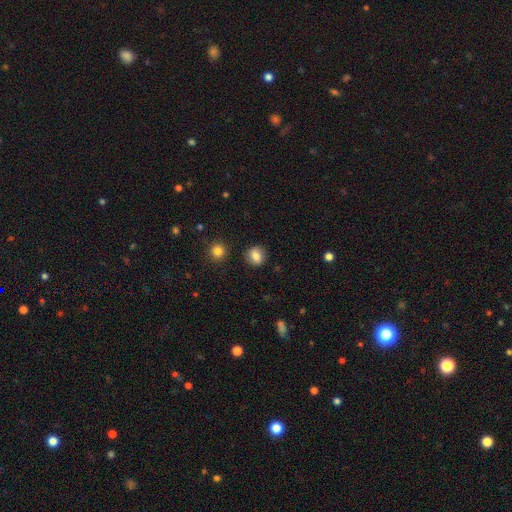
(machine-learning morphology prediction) Smooth or featured?
  - smooth: 82% *
  - star or artifact: 10%
  - featured or disk: 8%
How rounded?
  - round: 73% *
  - in between: 26%
  - cigar-shaped: 1%
Merging?
  - none: 87% *
  - minor disturbance: 8%
  - major disturbance: 3%
  - merger: 2%